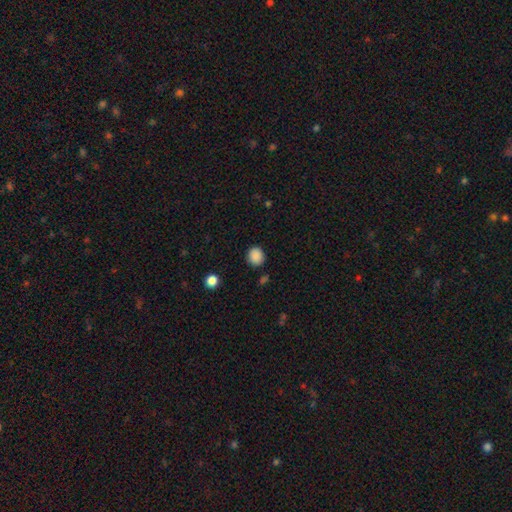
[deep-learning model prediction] This is clearly a smooth galaxy (88%). How rounded: likely round (79%). Merging: clearly none (87%).